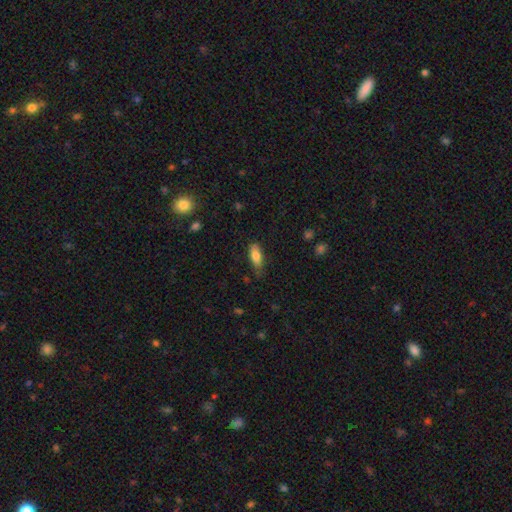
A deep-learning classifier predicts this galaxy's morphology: Overall: smooth (79%). How rounded: in between (72%). Merging: none (70%).